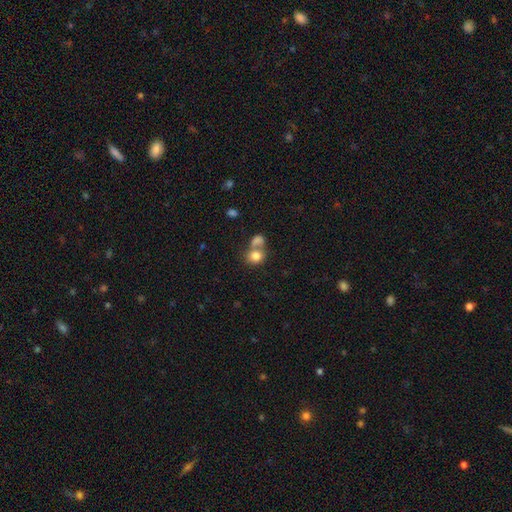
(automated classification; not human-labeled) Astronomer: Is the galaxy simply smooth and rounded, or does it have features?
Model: smooth — 80%.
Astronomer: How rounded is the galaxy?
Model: round — 67%.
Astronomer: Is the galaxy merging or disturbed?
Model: merger — 50% (runner-up: none, 36%).